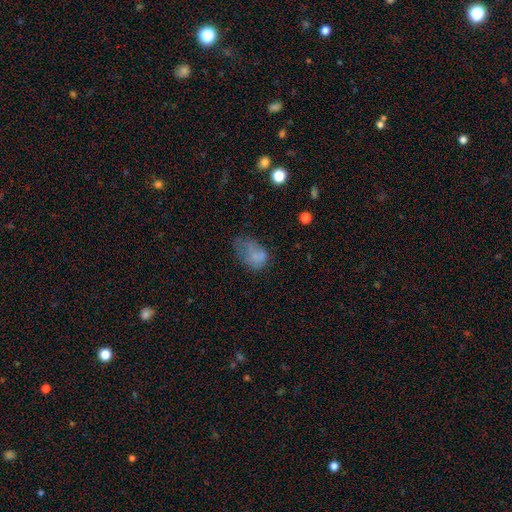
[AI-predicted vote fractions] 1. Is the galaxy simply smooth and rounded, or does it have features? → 66% smooth, 20% featured or disk, 13% star or artifact.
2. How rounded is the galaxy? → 84% in between, 15% round, 2% cigar-shaped.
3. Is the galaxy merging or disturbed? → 33% none, 32% minor disturbance, 31% major disturbance, 4% merger.